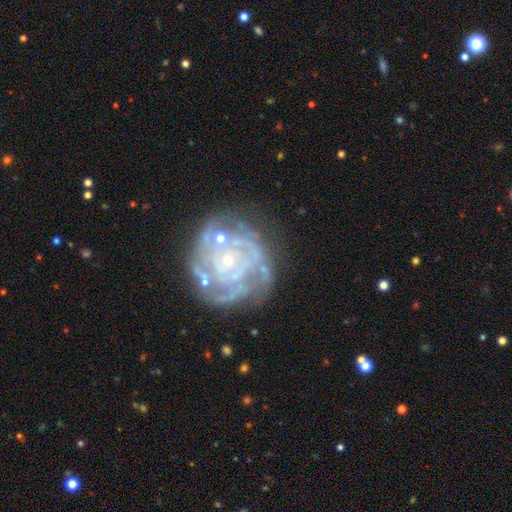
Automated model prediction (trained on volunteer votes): Morphology: type=featured or disk (84%); edge-on=no (97%); bar=no (77%); spiral arms=yes (91%); winding=tight (77%); arm count=can't tell (33%); bulge=small (82%); merging=none (67%).